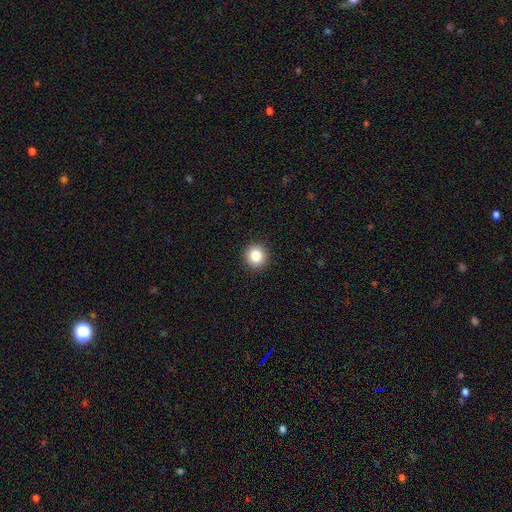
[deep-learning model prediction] Smooth or featured?
  - smooth: 84% *
  - star or artifact: 10%
  - featured or disk: 6%
How rounded?
  - round: 92% *
  - in between: 7%
  - cigar-shaped: 1%
Merging?
  - none: 93% *
  - minor disturbance: 5%
  - major disturbance: 2%
  - merger: 1%